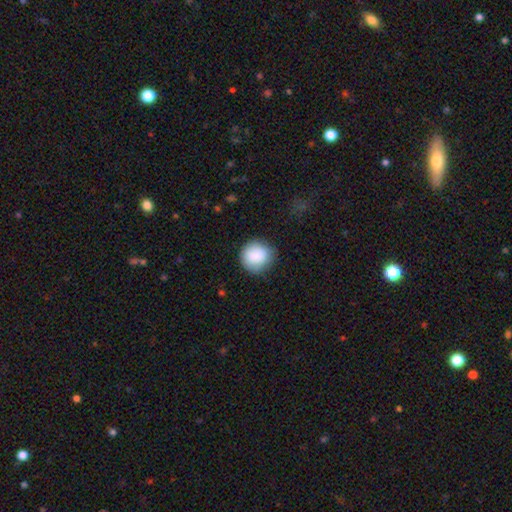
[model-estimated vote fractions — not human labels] Q: Smooth or featured?
A: smooth (88%); runner-up: star or artifact (7%)
Q: How rounded?
A: round (89%); runner-up: in between (10%)
Q: Merging?
A: none (79%); runner-up: minor disturbance (15%)